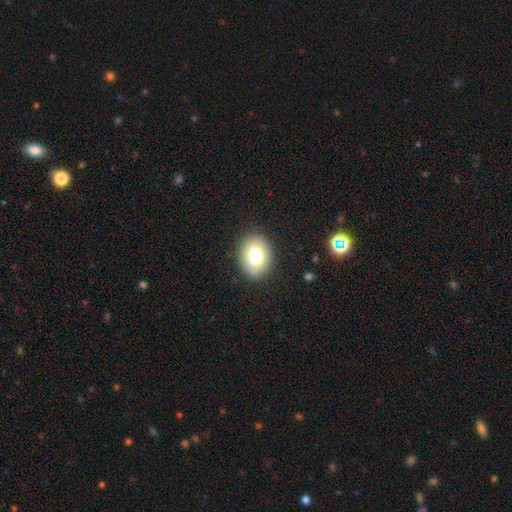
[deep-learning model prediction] smooth 80%, featured or disk 11%, star or artifact 9%. Down the decision tree: how rounded — in between (69%); merging — none (88%).